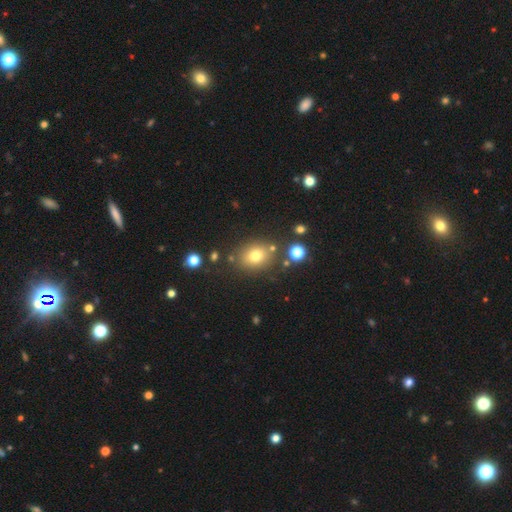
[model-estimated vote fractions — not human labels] Overall: smooth (75%). How rounded: round (54%; in between 45%). Merging: none (79%).